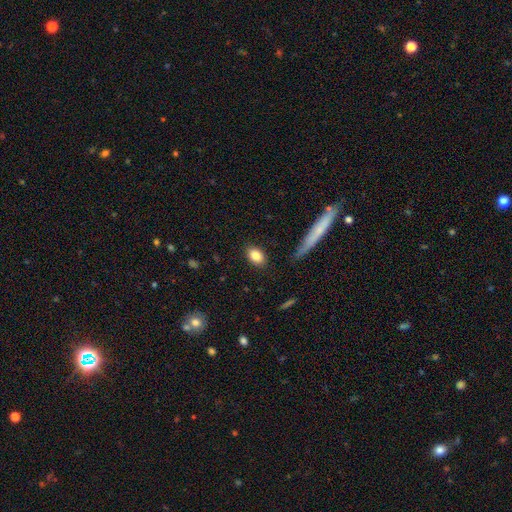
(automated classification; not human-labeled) smooth 84%, featured or disk 8%, star or artifact 8%. Down the decision tree: how rounded — in between (83%); merging — none (86%).